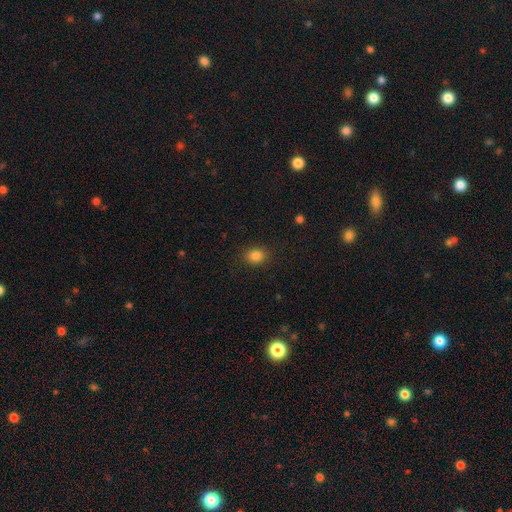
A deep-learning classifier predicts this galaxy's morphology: smooth_or_featured: smooth (p=0.84) [alt: star or artifact p=0.11]
how_rounded: round (p=0.52) [alt: in between p=0.47]
merging: none (p=0.88) [alt: minor disturbance p=0.09]